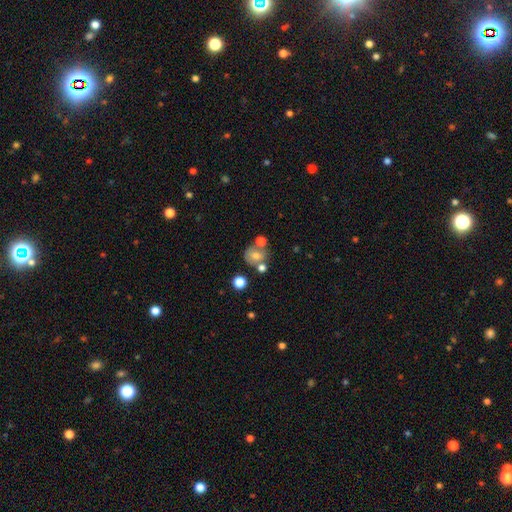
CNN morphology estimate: A smooth galaxy with no disk features (61%) that is round (69%). Merging: none (45%).